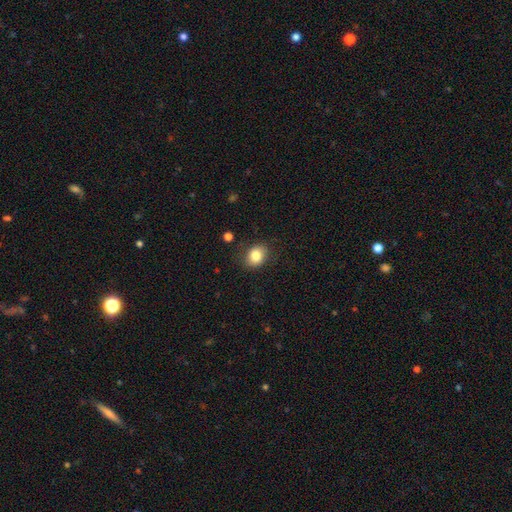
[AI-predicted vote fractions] The model was most divided on "how rounded": round: 50%, in between: 49%, cigar-shaped: 1%. More confident: smooth or featured — smooth (83%); merging — none (83%).